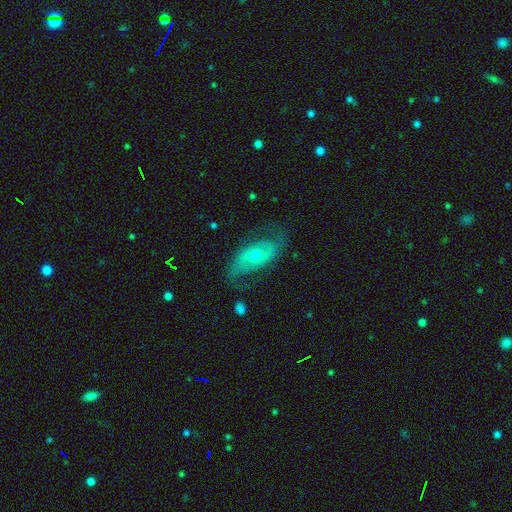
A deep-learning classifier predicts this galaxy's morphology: Smooth or featured: featured or disk — 74% (smooth — 19%)
Edge-on disk: no — 92% (yes — 8%)
Bar: no — 66% (weak — 27%)
Spiral arms: yes — 81% (no — 19%)
Spiral winding: medium — 43% (loose — 31%)
Spiral arm count: 2 — 79% (can't tell — 13%)
Bulge size: moderate — 64% (small — 31%)
Merging: none — 64% (minor disturbance — 21%)